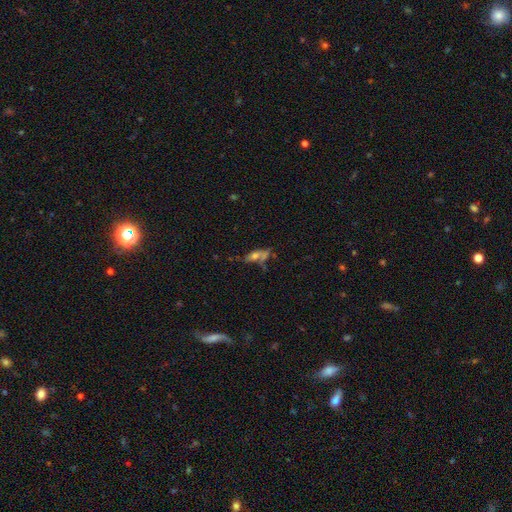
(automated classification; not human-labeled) A smooth galaxy with no disk features (45%).

Vote fractions:
- Smooth or featured? smooth: 45% / featured or disk: 40% / star or artifact: 15%
- Merging? none: 42% / merger: 22% / minor disturbance: 20% / major disturbance: 15%